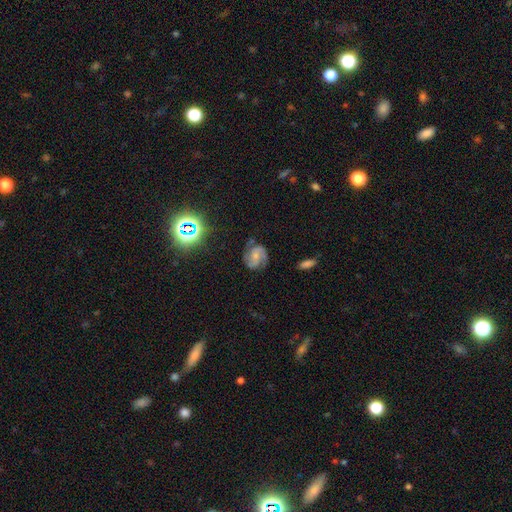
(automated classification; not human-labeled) This is likely a featured or disk galaxy (77%). It is clearly not viewed edge-on (98%). Bar: likely no (60%). Spiral arm pattern: clearly yes (96%). Spiral arm count: likely 2 (73%). Spiral winding: possibly medium (51%). Central bulge: possibly small (54%). Merging: likely none (73%).